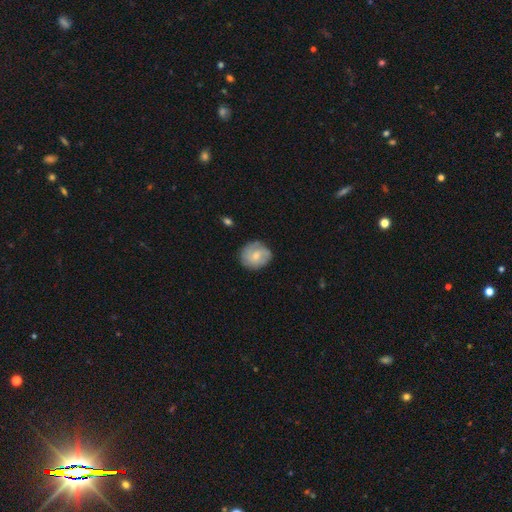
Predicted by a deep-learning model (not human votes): Smooth or featured: smooth — 51% (featured or disk — 42%)
How rounded: round — 76% (in between — 23%)
Merging: none — 74% (minor disturbance — 19%)